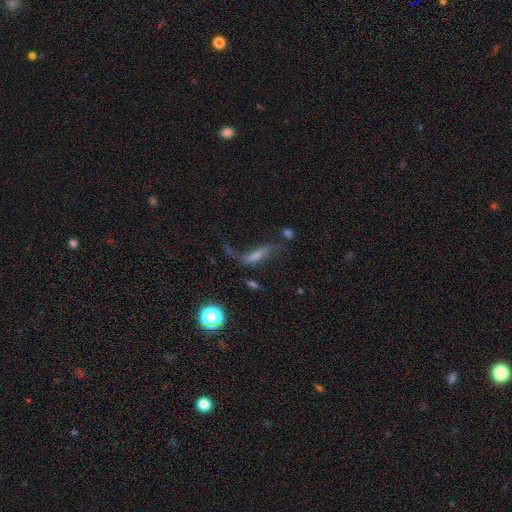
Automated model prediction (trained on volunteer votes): This is possibly a featured or disk galaxy (53%). It is likely not viewed edge-on (66%). Merging: marginally none (44%).